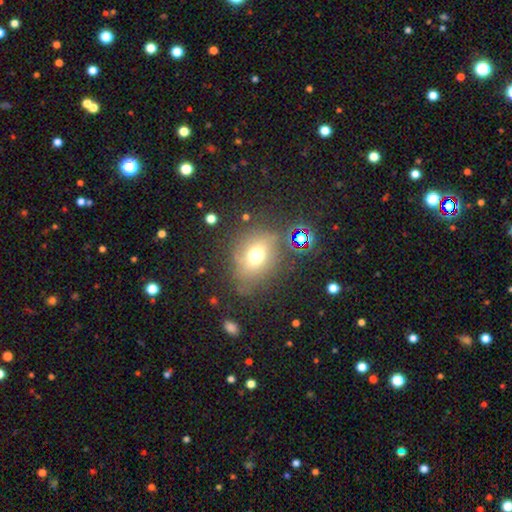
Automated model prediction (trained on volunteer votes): A smooth galaxy with no disk features (59%) that is round (52%).

Vote fractions:
- Smooth or featured? smooth: 59% / star or artifact: 22% / featured or disk: 19%
- How rounded? round: 52% / in between: 46% / cigar-shaped: 2%
- Merging? none: 67% / minor disturbance: 17% / major disturbance: 11% / merger: 5%